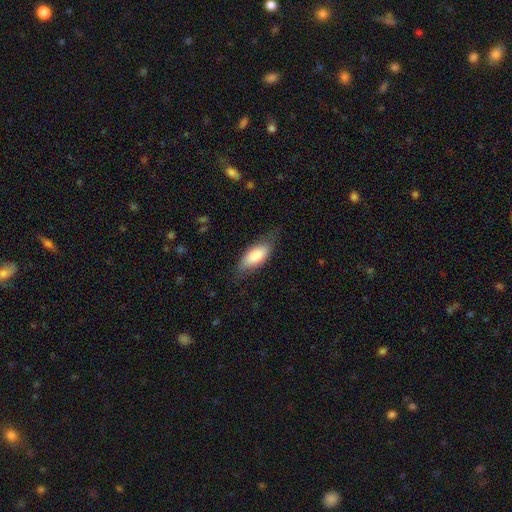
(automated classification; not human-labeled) Morphology: type=smooth (76%); roundness=in between (83%); merging=none (64%).